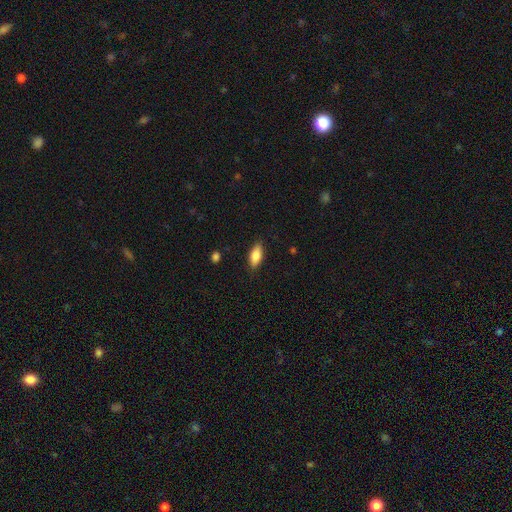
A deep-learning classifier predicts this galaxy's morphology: Smooth or featured?
  - smooth: 81% *
  - featured or disk: 12%
  - star or artifact: 7%
How rounded?
  - in between: 83% *
  - cigar-shaped: 14%
  - round: 3%
Merging?
  - none: 85% *
  - minor disturbance: 11%
  - major disturbance: 2%
  - merger: 1%